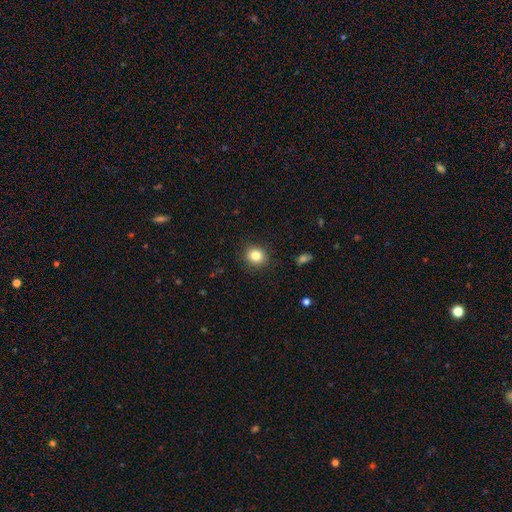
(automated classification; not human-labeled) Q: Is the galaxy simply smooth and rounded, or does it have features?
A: smooth — 84%.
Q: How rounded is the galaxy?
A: round — 80%.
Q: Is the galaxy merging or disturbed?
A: none — 90%.